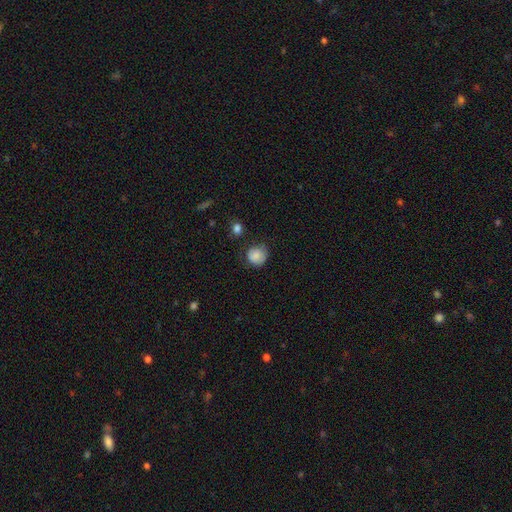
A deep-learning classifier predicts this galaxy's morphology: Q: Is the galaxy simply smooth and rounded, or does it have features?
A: smooth — 83%.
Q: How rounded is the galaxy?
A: round — 85%.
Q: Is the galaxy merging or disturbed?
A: none — 63%.